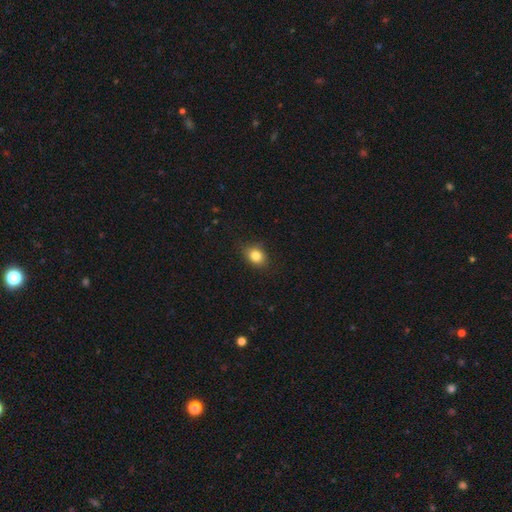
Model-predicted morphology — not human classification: Smooth or featured: smooth — 83% (star or artifact — 10%)
How rounded: in between — 57% (round — 42%)
Merging: none — 83% (minor disturbance — 13%)